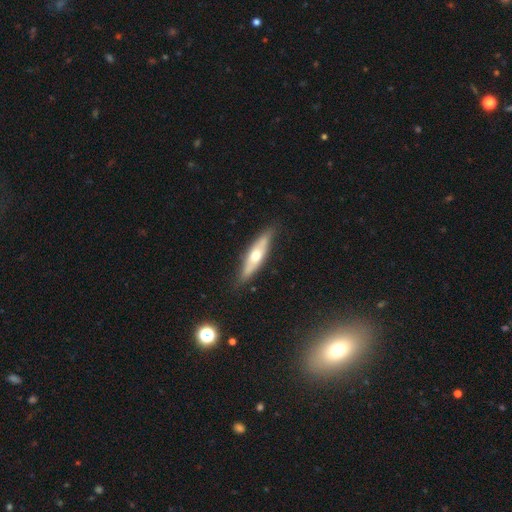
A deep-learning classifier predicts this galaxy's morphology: smooth-or-featured: featured or disk: 52% | smooth: 42% | star or artifact: 6%
  disk-edge-on: yes: 79% | no: 21%
  merging: none: 82% | minor disturbance: 13% | major disturbance: 3% | merger: 2%